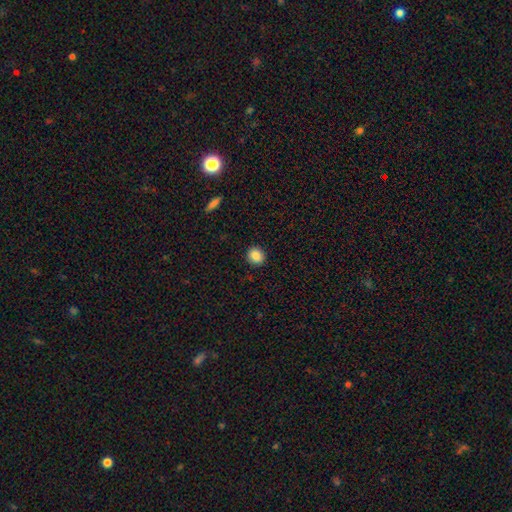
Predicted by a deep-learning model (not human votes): Q: Smooth or featured?
A: smooth (87%); runner-up: star or artifact (9%)
Q: How rounded?
A: round (82%); runner-up: in between (17%)
Q: Merging?
A: none (91%); runner-up: minor disturbance (6%)